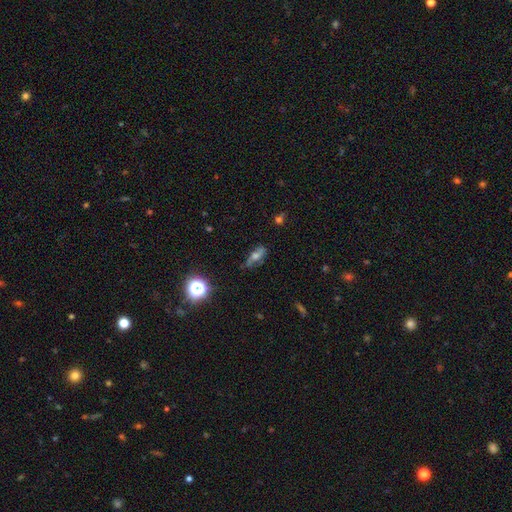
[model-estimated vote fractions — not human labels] Smooth or featured? Predicted: smooth (p=0.43). Merging? Predicted: none (p=0.68).